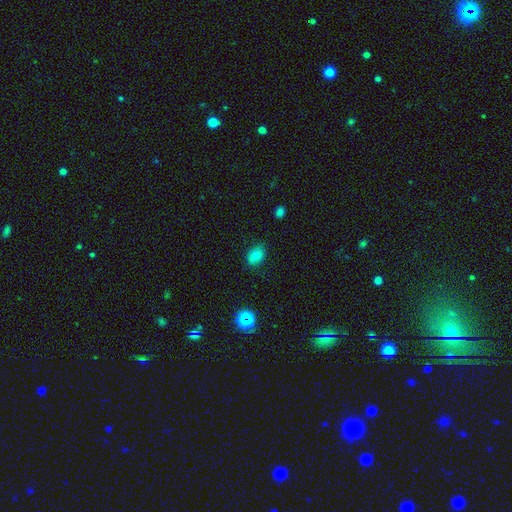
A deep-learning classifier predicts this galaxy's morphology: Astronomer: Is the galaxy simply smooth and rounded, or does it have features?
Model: smooth — 75%.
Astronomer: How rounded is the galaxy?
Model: in between — 68%.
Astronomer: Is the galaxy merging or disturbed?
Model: none — 79%.